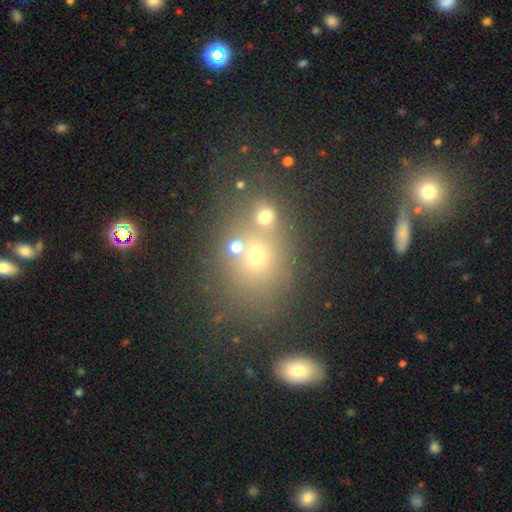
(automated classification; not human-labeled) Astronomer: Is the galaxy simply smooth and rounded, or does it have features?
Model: smooth — 52% (runner-up: star or artifact, 30%).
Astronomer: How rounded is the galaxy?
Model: round — 61% (runner-up: in between, 37%).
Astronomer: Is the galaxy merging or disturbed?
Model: none — 49% (runner-up: merger, 33%).